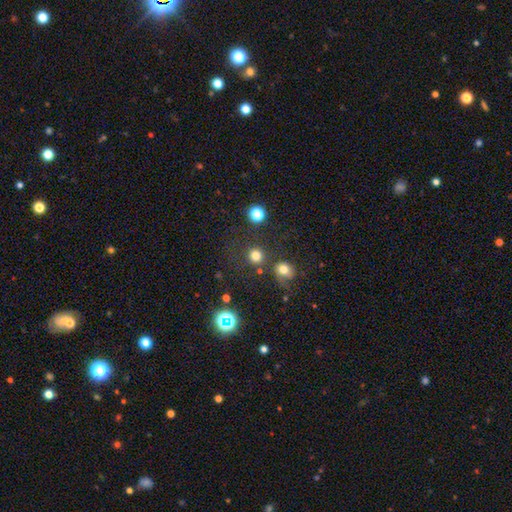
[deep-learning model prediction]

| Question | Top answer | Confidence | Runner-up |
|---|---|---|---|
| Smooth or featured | smooth | 78% | star or artifact (17%) |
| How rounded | round | 91% | in between (8%) |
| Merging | none | 78% | merger (9%) |